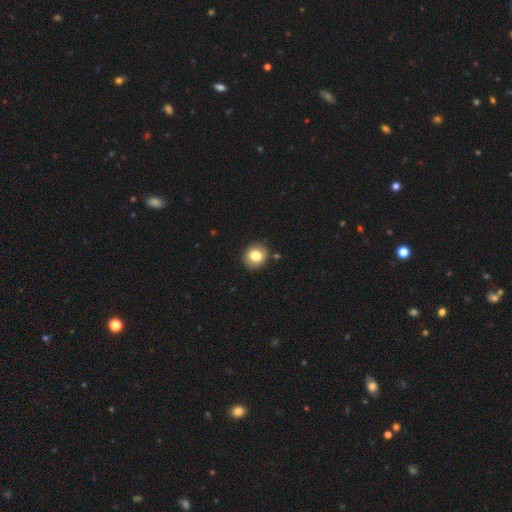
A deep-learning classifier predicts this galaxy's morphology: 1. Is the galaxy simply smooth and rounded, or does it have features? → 80% smooth, 11% featured or disk, 9% star or artifact.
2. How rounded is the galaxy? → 80% round, 19% in between, 1% cigar-shaped.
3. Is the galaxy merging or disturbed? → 86% none, 9% minor disturbance, 3% merger, 2% major disturbance.